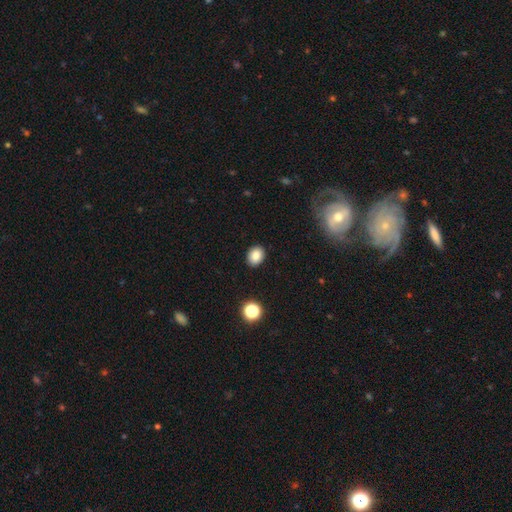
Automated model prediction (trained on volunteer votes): Smooth or featured?
  - smooth: 85% *
  - star or artifact: 10%
  - featured or disk: 5%
How rounded?
  - in between: 55% *
  - round: 44%
  - cigar-shaped: 1%
Merging?
  - none: 90% *
  - minor disturbance: 7%
  - major disturbance: 2%
  - merger: 1%